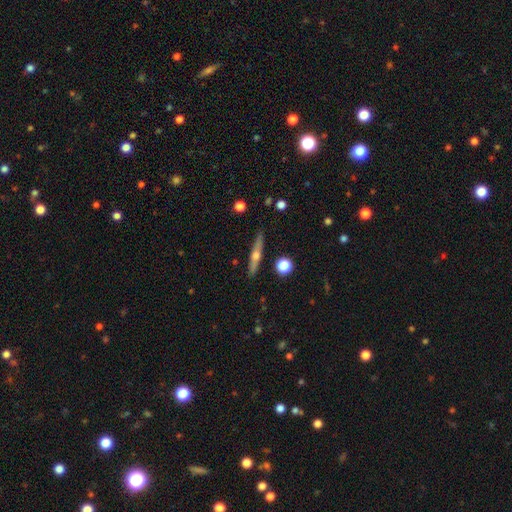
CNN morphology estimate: smooth-or-featured: featured or disk: 64% | smooth: 29% | star or artifact: 7%
  disk-edge-on: yes: 96% | no: 4%
    edge-on-bulge: rounded: 91% | none: 6% | boxy: 3%
  merging: none: 90% | minor disturbance: 7% | merger: 2% | major disturbance: 2%